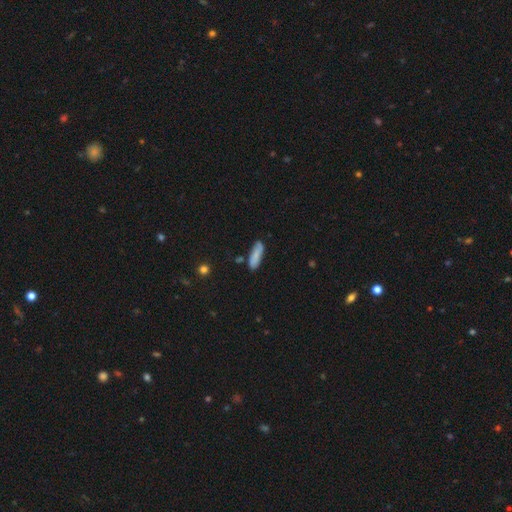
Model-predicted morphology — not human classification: Smooth or featured? smooth (77%)
How rounded? cigar-shaped (51%)
Merging? none (74%)